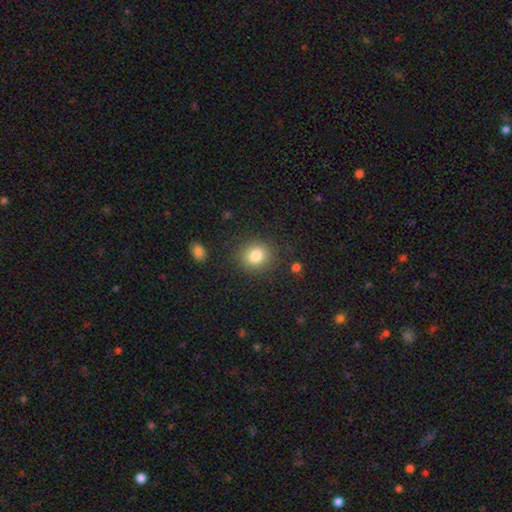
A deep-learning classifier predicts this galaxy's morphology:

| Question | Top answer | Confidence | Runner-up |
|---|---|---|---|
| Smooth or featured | smooth | 82% | star or artifact (11%) |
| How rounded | round | 82% | in between (17%) |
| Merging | none | 86% | minor disturbance (8%) |